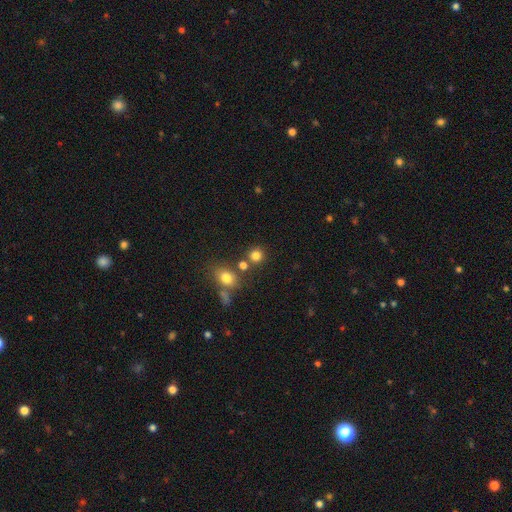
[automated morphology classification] This is likely a smooth galaxy (79%). How rounded: clearly round (86%). Merging: likely none (71%).